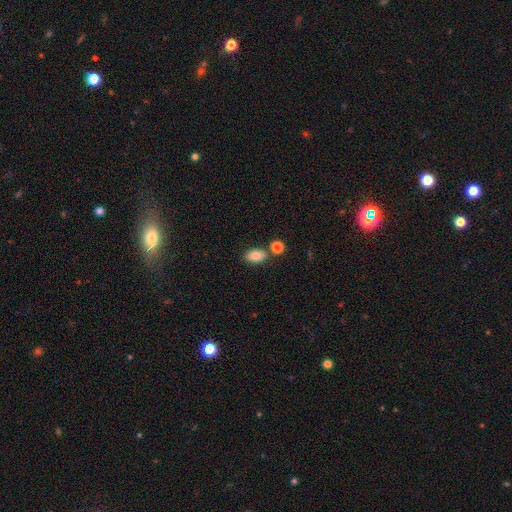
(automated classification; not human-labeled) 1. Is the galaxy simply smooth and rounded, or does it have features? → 80% smooth, 11% featured or disk, 9% star or artifact.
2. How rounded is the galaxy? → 87% in between, 11% round, 2% cigar-shaped.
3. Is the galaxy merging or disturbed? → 72% none, 14% merger, 11% minor disturbance, 3% major disturbance.